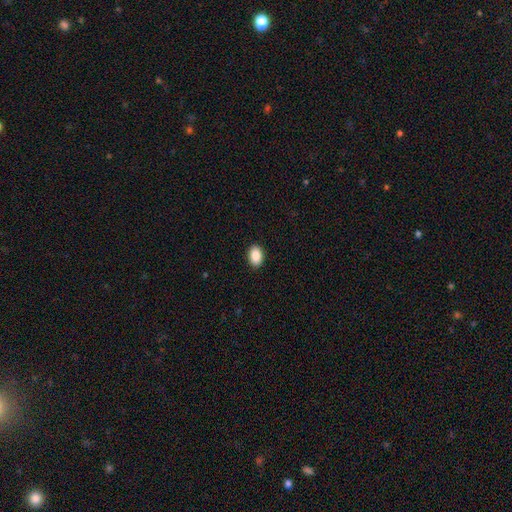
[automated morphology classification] The model was most divided on "how rounded": in between: 87%, round: 12%, cigar-shaped: 1%. More confident: merging — none (90%); smooth or featured — smooth (89%).